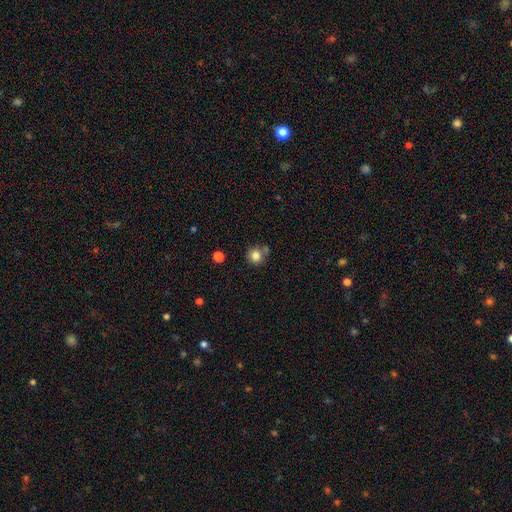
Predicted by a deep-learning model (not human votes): The model was most divided on "merging": none: 70%, minor disturbance: 13%, merger: 13%, major disturbance: 4%. More confident: how rounded — round (92%); smooth or featured — smooth (81%).